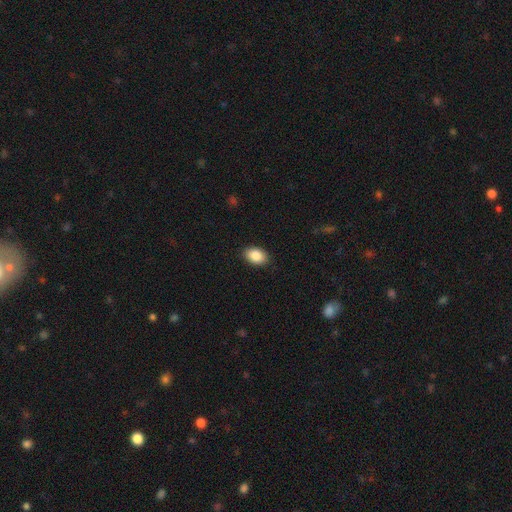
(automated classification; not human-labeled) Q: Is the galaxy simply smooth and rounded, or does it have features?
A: smooth — 88%.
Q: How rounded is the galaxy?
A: in between — 87%.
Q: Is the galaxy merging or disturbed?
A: none — 89%.